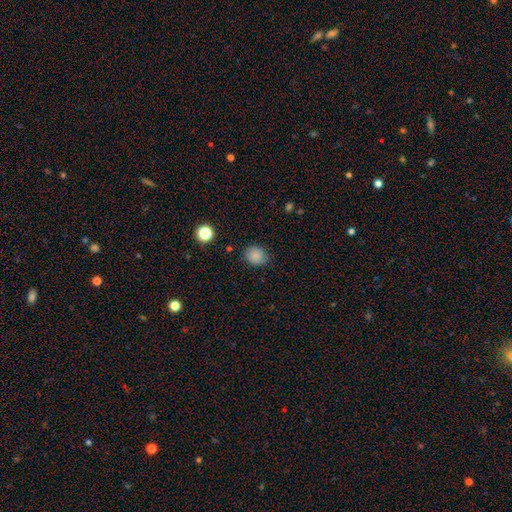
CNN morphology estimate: Smooth or featured? Predicted: smooth (p=0.85). How rounded? Predicted: round (p=0.68). Merging? Predicted: none (p=0.81).